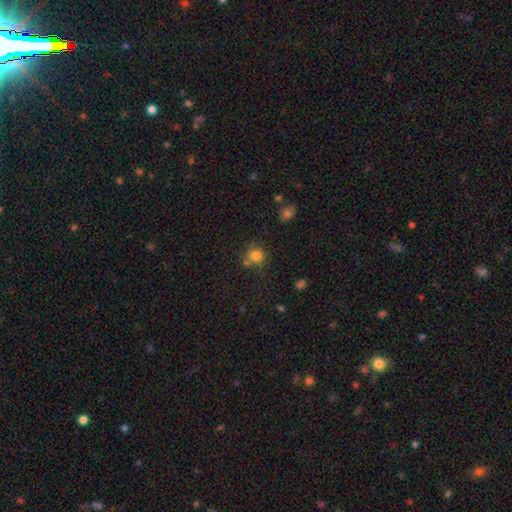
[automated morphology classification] The model was most divided on "merging": none: 66%, merger: 15%, minor disturbance: 14%, major disturbance: 5%. More confident: how rounded — round (85%); smooth or featured — smooth (79%).